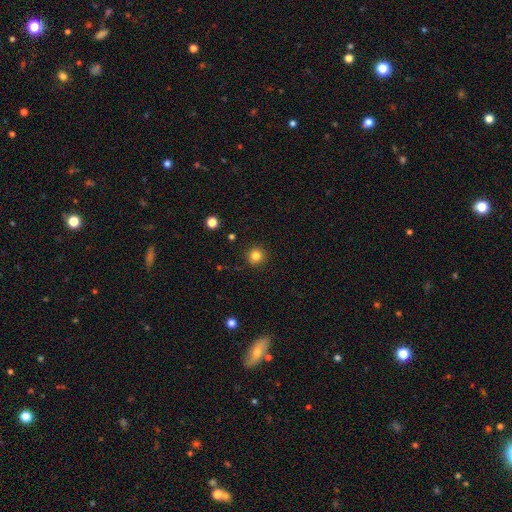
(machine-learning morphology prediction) smooth_or_featured: smooth (p=0.82) [alt: star or artifact p=0.12]
how_rounded: round (p=0.94) [alt: in between p=0.05]
merging: none (p=0.91) [alt: minor disturbance p=0.06]